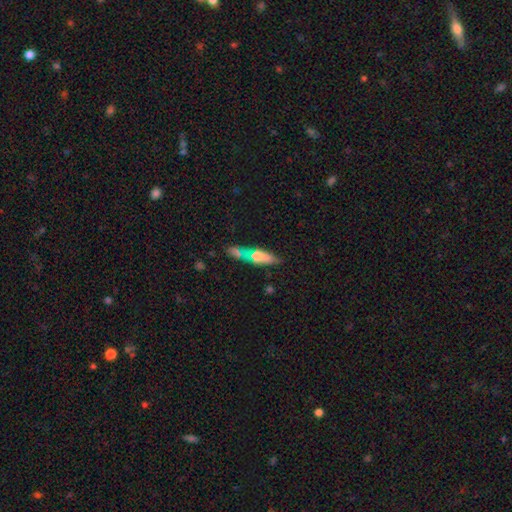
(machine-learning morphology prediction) smooth 62%, featured or disk 25%, star or artifact 13%. Down the decision tree: how rounded — cigar-shaped (58%); merging — none (69%).